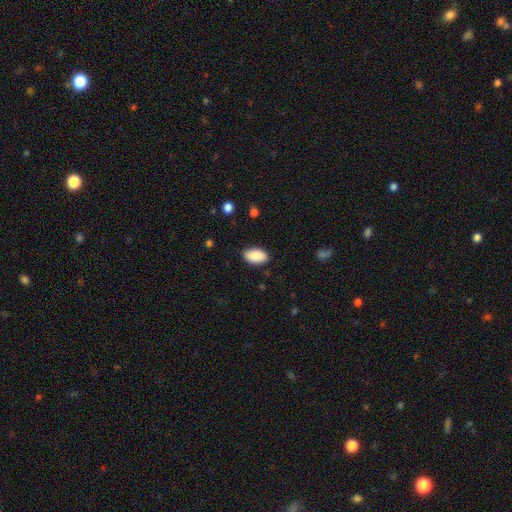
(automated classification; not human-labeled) smooth-or-featured: smooth: 90% | star or artifact: 6% | featured or disk: 4%
  how-rounded: in between: 94% | round: 4% | cigar-shaped: 1%
  merging: none: 86% | minor disturbance: 11% | major disturbance: 3% | merger: 1%